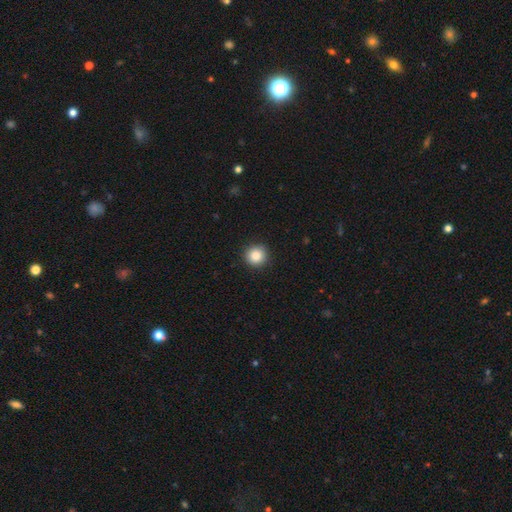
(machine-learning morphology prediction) Smooth or featured? smooth (86%)
How rounded? round (95%)
Merging? none (92%)